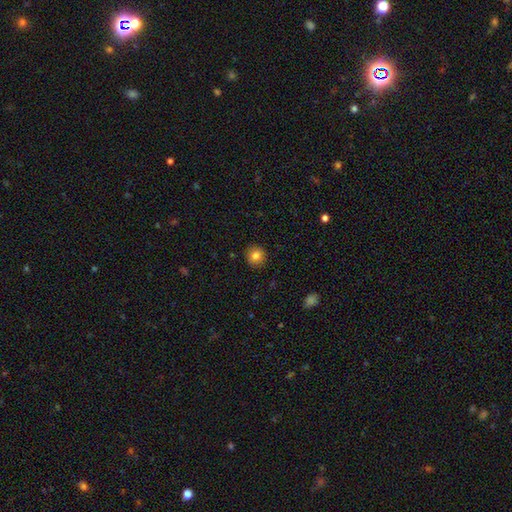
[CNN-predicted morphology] Smooth or featured: smooth — 83% (star or artifact — 10%)
How rounded: round — 92% (in between — 7%)
Merging: none — 91% (minor disturbance — 6%)